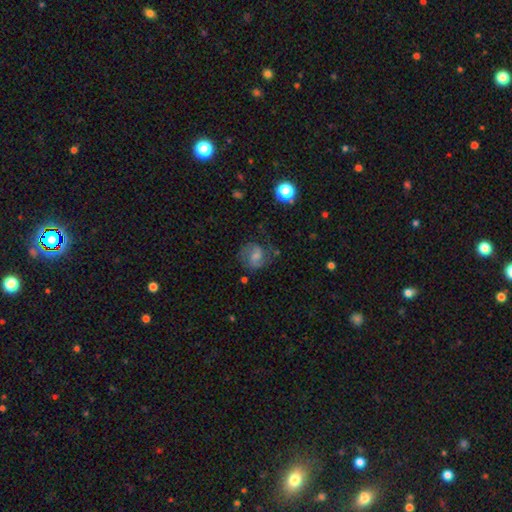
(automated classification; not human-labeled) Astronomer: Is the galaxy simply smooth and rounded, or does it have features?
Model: featured or disk — 59%.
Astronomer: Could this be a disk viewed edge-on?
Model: no — 98%.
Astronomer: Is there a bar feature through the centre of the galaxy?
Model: weak — 48% (runner-up: no, 39%).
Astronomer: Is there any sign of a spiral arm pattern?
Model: yes — 88%.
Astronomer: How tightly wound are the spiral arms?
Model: medium — 50% (runner-up: loose, 28%).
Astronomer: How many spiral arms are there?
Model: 2 — 79%.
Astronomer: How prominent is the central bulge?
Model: small — 40% (runner-up: moderate, 31%).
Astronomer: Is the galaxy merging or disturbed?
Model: none — 59%.